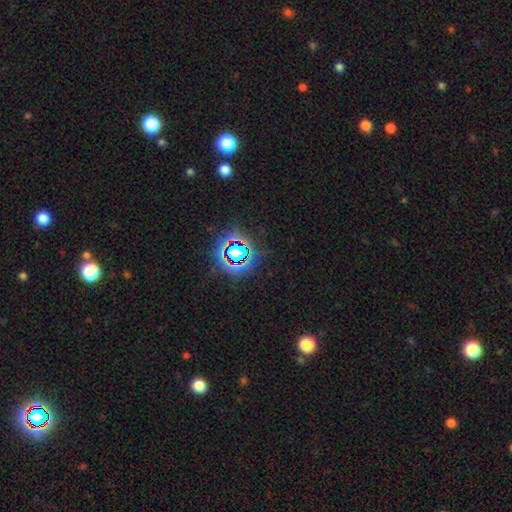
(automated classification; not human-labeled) A star or artifact, not a galaxy (79%).